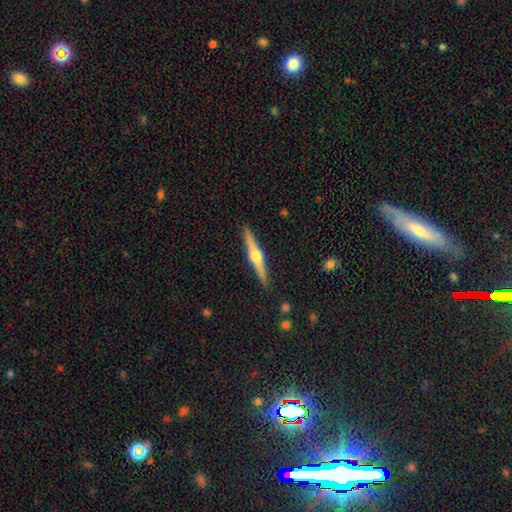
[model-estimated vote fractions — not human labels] A featured or disk galaxy (72%) viewed edge-on (98%) with a rounded central bulge (94%).

Vote fractions:
- Smooth or featured? featured or disk: 72% / smooth: 22% / star or artifact: 5%
- Edge-on disk? yes: 98% / no: 2%
- Edge-on bulge? rounded: 94% / boxy: 3% / none: 3%
- Merging? none: 91% / minor disturbance: 7% / major disturbance: 1% / merger: 1%